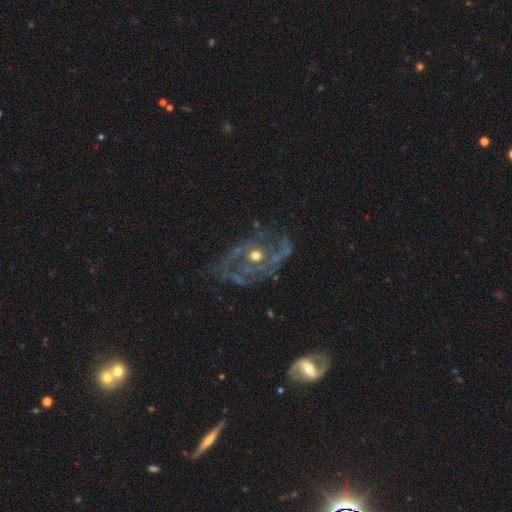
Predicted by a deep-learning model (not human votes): Overall: featured or disk (85%). Edge-on disk: no (96%). Bar: no (80%). Spiral arms: yes (87%). Spiral arm count: 2 (37%; can't tell 25%). Spiral winding: tight (44%; medium 40%). Bulge size: moderate (68%). Merging: none (60%; minor disturbance 20%).